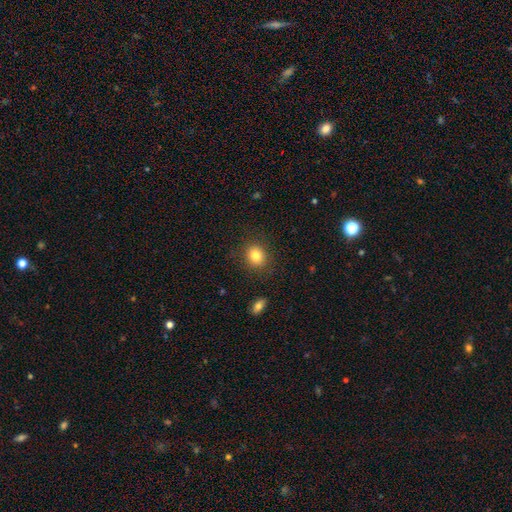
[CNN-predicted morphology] Smooth or featured? smooth (82%)
How rounded? round (70%)
Merging? none (86%)